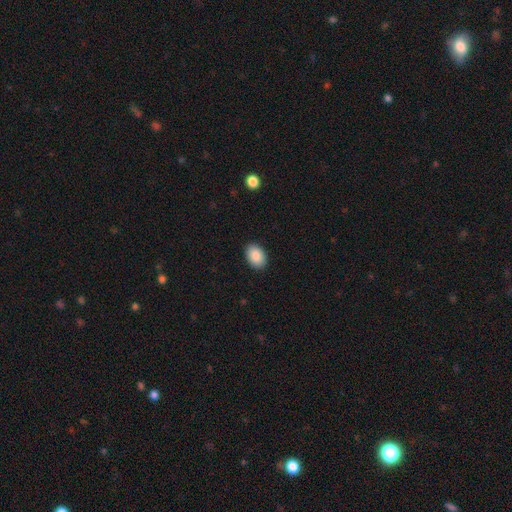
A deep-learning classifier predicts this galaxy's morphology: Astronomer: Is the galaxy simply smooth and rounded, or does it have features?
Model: smooth — 88%.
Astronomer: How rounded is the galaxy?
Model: in between — 84%.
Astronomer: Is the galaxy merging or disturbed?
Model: none — 90%.